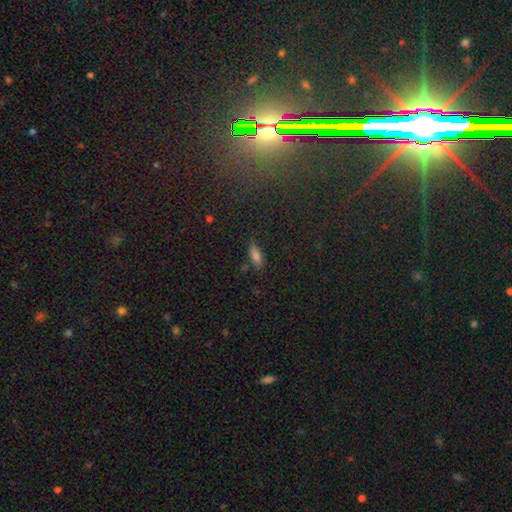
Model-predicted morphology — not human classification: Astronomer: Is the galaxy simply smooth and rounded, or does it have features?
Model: smooth — 77%.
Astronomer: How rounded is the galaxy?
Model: in between — 69%.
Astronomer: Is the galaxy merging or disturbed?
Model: none — 75%.